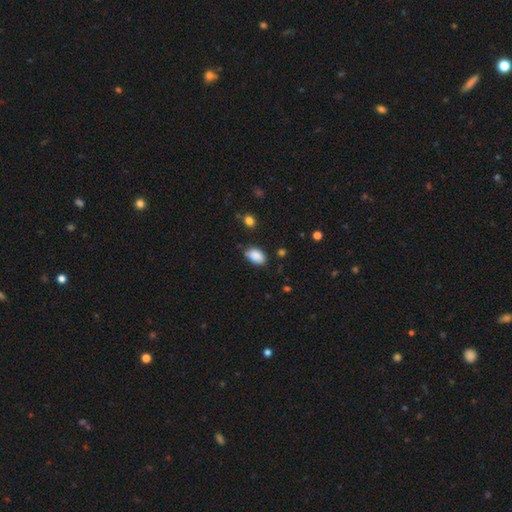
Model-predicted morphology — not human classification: smooth 88%, star or artifact 8%, featured or disk 4%. Down the decision tree: how rounded — in between (91%); merging — none (73%).